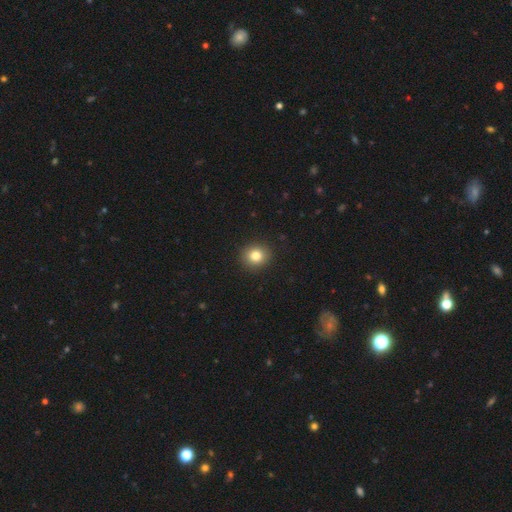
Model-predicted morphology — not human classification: Q: Smooth or featured?
A: smooth (82%); runner-up: star or artifact (11%)
Q: How rounded?
A: round (84%); runner-up: in between (15%)
Q: Merging?
A: none (92%); runner-up: minor disturbance (5%)